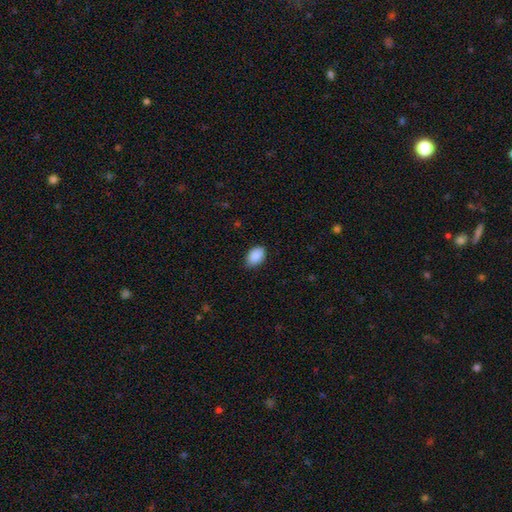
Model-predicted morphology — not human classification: The model was most divided on "merging": none: 82%, minor disturbance: 14%, major disturbance: 2%, merger: 1%. More confident: smooth or featured — smooth (90%); how rounded — in between (90%).